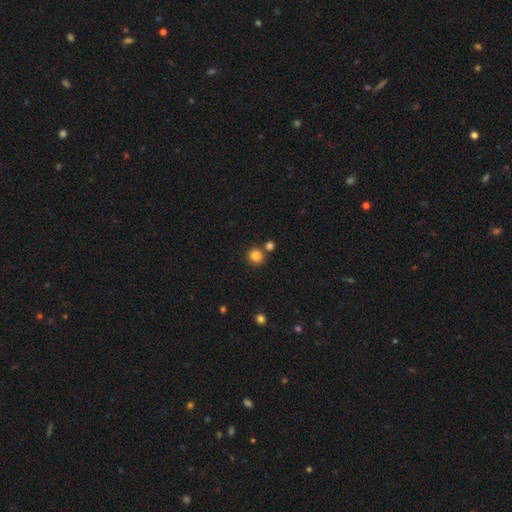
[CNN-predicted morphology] Smooth or featured?
  - smooth: 84% *
  - star or artifact: 11%
  - featured or disk: 5%
How rounded?
  - round: 90% *
  - in between: 9%
  - cigar-shaped: 1%
Merging?
  - none: 75% *
  - merger: 14%
  - minor disturbance: 8%
  - major disturbance: 2%